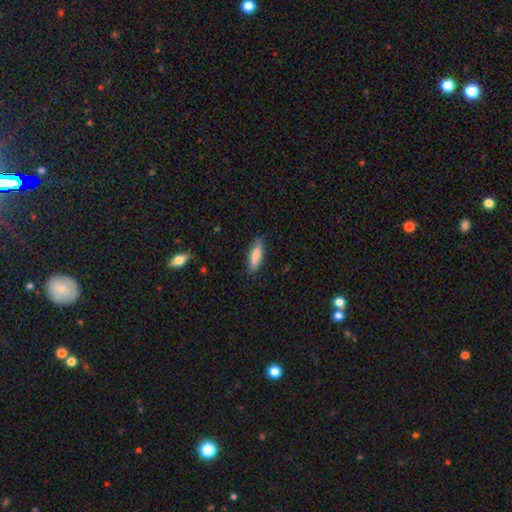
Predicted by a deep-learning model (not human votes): This appears to be a smooth galaxy with no disk features (84%) that is cigar-shaped (51%). Merging: none (83%).